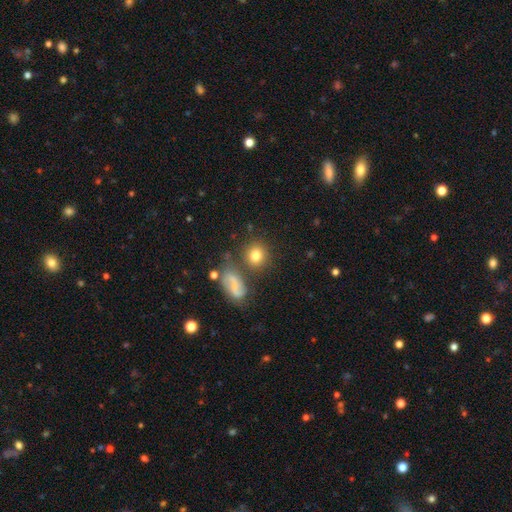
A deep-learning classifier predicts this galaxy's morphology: Smooth or featured: smooth — 76% (featured or disk — 13%)
How rounded: round — 84% (in between — 14%)
Merging: none — 73% (merger — 11%)